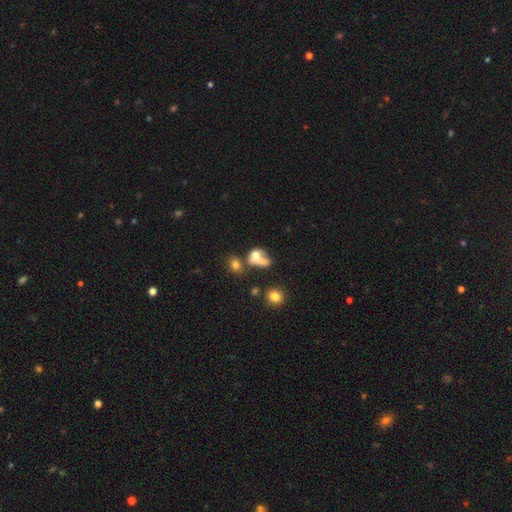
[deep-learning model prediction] Smooth or featured?
  - smooth: 65% *
  - featured or disk: 22%
  - star or artifact: 14%
How rounded?
  - in between: 58% *
  - round: 39%
  - cigar-shaped: 4%
Merging?
  - merger: 50% *
  - none: 23%
  - major disturbance: 15%
  - minor disturbance: 11%